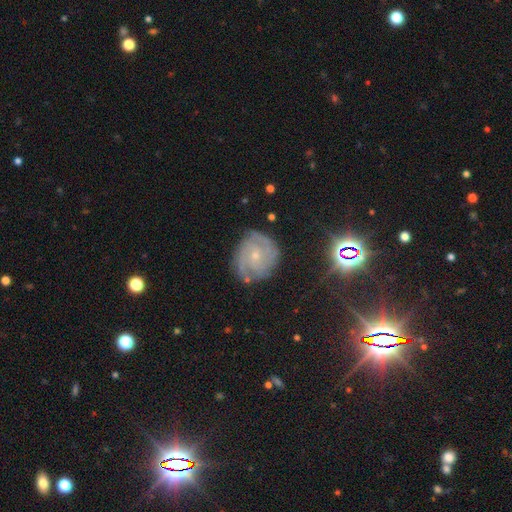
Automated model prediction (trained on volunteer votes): The model was most divided on "spiral arm count": 2: 32%, can't tell: 26%, 3: 24%, 4: 8%, 1: 5%, more than 4: 5%. More confident: edge-on disk — no (98%); spiral arms — yes (94%); smooth or featured — featured or disk (78%); bulge size — small (78%); merging — none (76%); bar — no (69%); spiral winding — tight (61%).